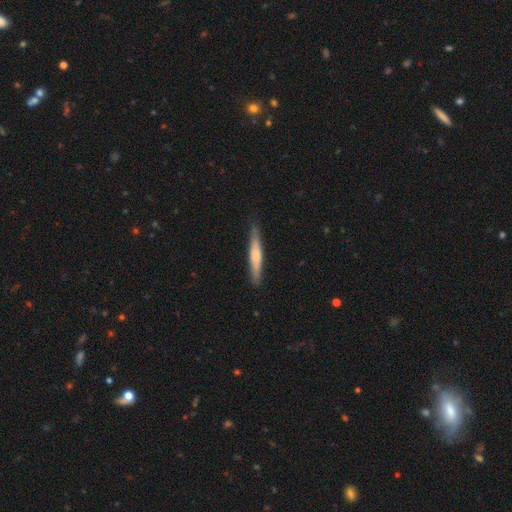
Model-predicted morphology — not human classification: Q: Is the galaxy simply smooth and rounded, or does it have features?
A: smooth — 57%.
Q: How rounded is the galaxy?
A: cigar-shaped — 93%.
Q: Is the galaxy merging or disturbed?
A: none — 87%.